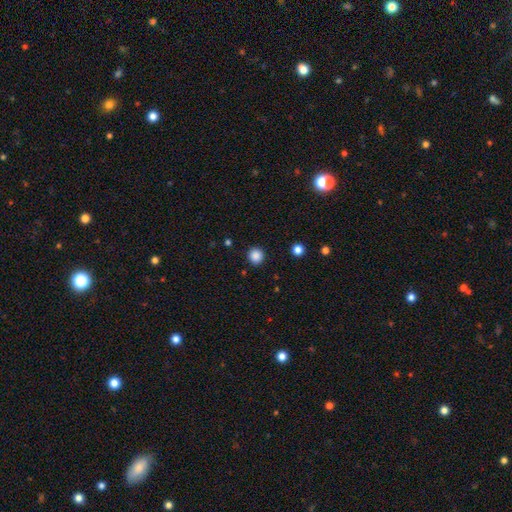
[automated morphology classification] smooth 86%, star or artifact 11%, featured or disk 3%. Down the decision tree: how rounded — round (93%); merging — none (91%).